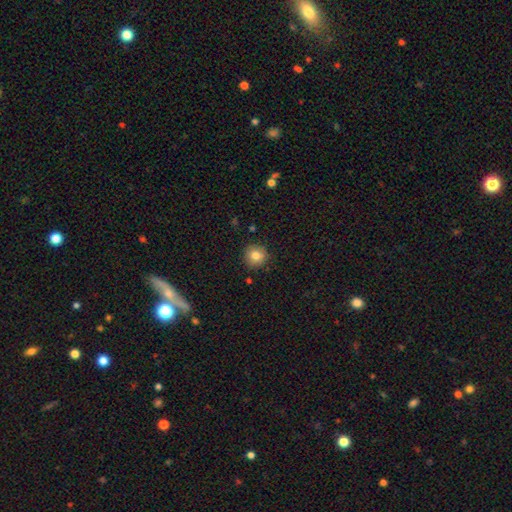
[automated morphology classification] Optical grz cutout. It shows a smooth galaxy with no disk features (81%) that is round (93%). Merging: none (88%).